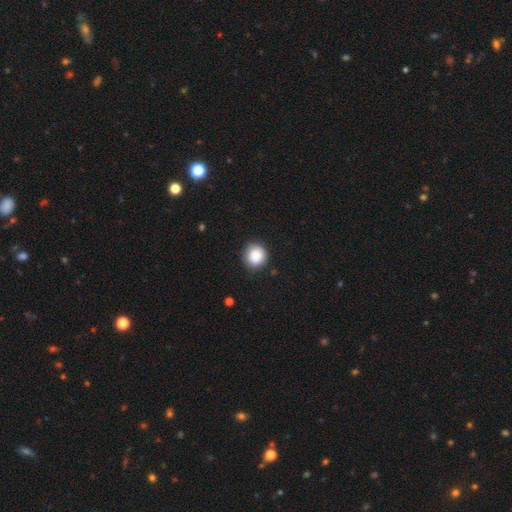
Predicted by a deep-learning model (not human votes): A smooth galaxy with no disk features (86%) that is round (90%).

Vote fractions:
- Smooth or featured? smooth: 86% / star or artifact: 9% / featured or disk: 5%
- How rounded? round: 90% / in between: 9% / cigar-shaped: 1%
- Merging? none: 84% / minor disturbance: 12% / major disturbance: 3% / merger: 1%